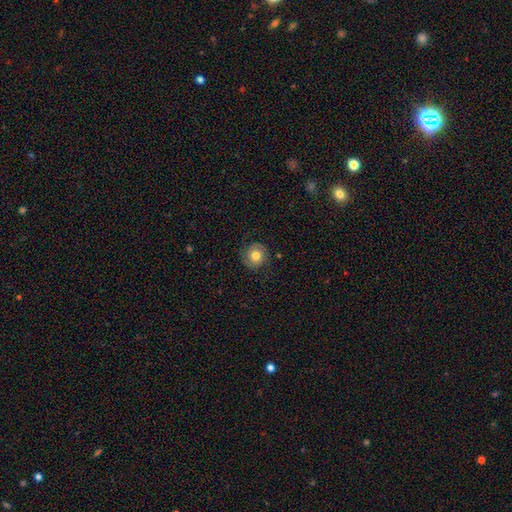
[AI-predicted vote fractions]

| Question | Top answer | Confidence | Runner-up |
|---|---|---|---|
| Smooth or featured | featured or disk | 54% | smooth (37%) |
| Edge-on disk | no | 97% | yes (3%) |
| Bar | no | 80% | weak (17%) |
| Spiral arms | yes | 86% | no (14%) |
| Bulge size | moderate | 74% | large (12%) |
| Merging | none | 81% | minor disturbance (13%) |